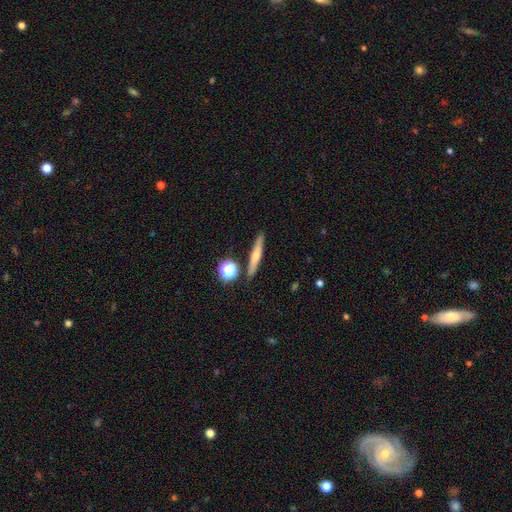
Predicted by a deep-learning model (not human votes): The model was most divided on "smooth or featured": featured or disk: 53%, smooth: 37%, star or artifact: 10%. More confident: edge-on disk — yes (94%); merging — none (87%).